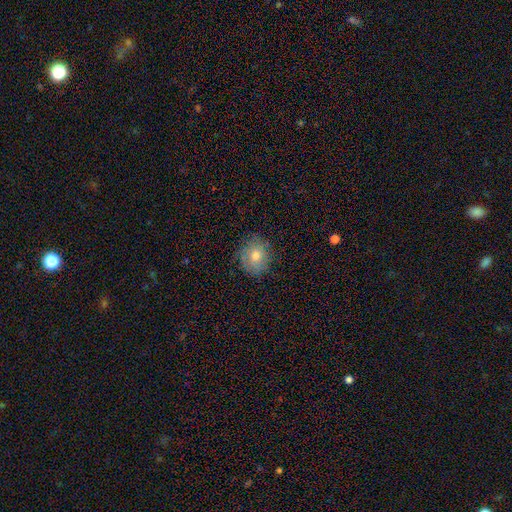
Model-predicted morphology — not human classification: Q: Smooth or featured?
A: smooth (62%); runner-up: featured or disk (25%)
Q: How rounded?
A: round (76%); runner-up: in between (22%)
Q: Merging?
A: none (80%); runner-up: minor disturbance (15%)